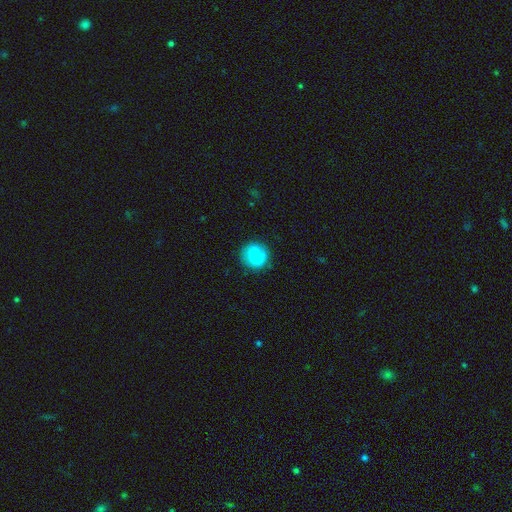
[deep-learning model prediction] Overall: smooth (79%). How rounded: round (83%). Merging: none (75%).